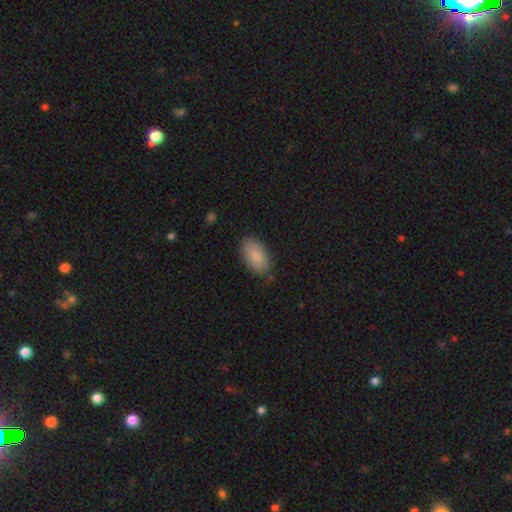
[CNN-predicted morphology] This is clearly a smooth galaxy (87%). How rounded: clearly in between (94%). Merging: clearly none (82%).